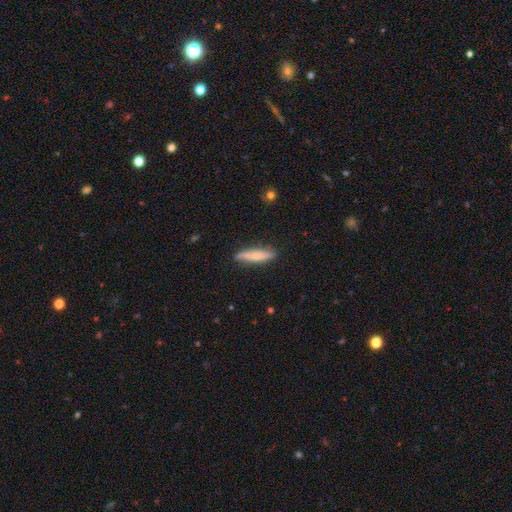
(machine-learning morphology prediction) Smooth or featured?
  - smooth: 71% *
  - featured or disk: 23%
  - star or artifact: 6%
How rounded?
  - cigar-shaped: 86% *
  - in between: 13%
  - round: 2%
Merging?
  - none: 84% *
  - minor disturbance: 13%
  - major disturbance: 2%
  - merger: 1%